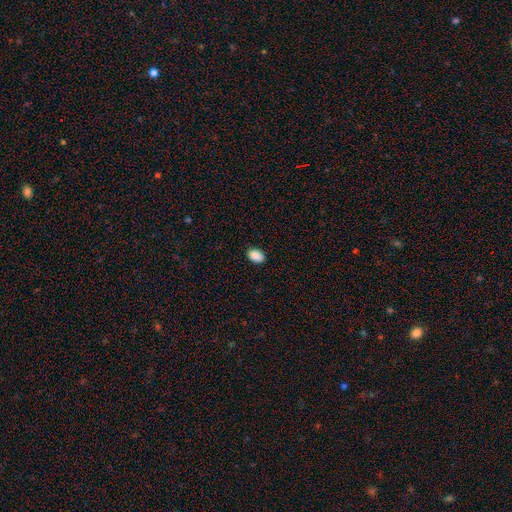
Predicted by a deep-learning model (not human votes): smooth-or-featured: smooth: 90% | star or artifact: 8% | featured or disk: 3%
  how-rounded: in between: 86% | round: 12% | cigar-shaped: 1%
  merging: none: 88% | minor disturbance: 9% | major disturbance: 2% | merger: 1%